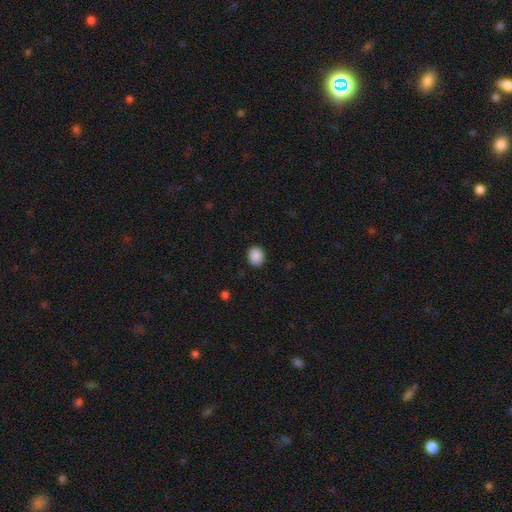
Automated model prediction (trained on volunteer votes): A smooth galaxy with no disk features (89%) that is round (59%).

Vote fractions:
- Smooth or featured? smooth: 89% / star or artifact: 9% / featured or disk: 3%
- How rounded? round: 59% / in between: 40% / cigar-shaped: 1%
- Merging? none: 89% / minor disturbance: 8% / major disturbance: 2% / merger: 1%